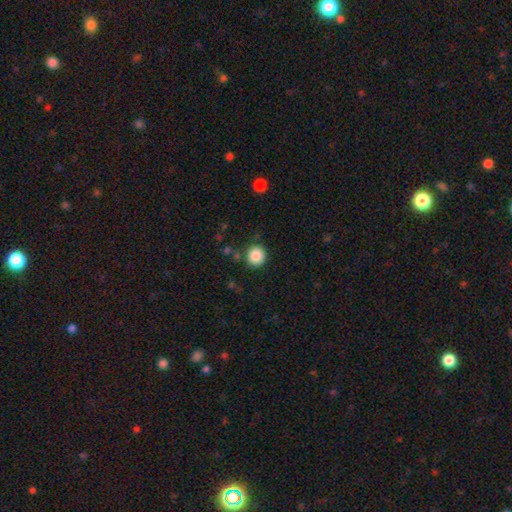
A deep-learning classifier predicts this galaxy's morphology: smooth_or_featured: smooth (p=0.86) [alt: star or artifact p=0.10]
how_rounded: round (p=0.91) [alt: in between p=0.08]
merging: none (p=0.86) [alt: minor disturbance p=0.09]